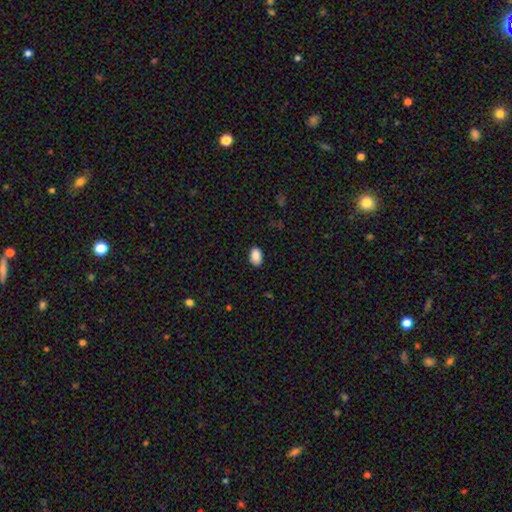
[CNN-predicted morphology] smooth_or_featured: smooth (p=0.89) [alt: star or artifact p=0.08]
how_rounded: in between (p=0.89) [alt: round p=0.09]
merging: none (p=0.85) [alt: minor disturbance p=0.12]